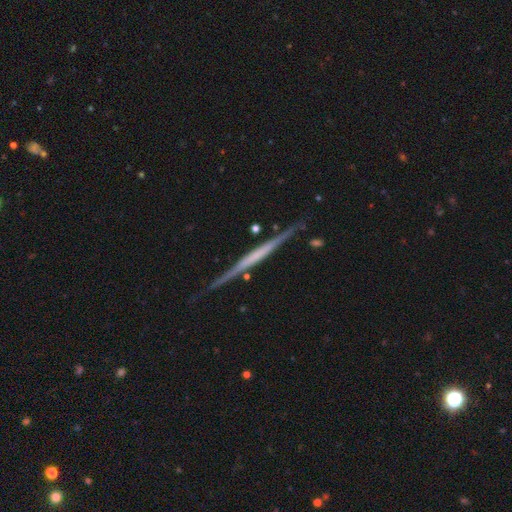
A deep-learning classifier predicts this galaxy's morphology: smooth_or_featured: featured or disk (p=0.72) [alt: smooth p=0.22]
disk_edge_on: yes (p=0.98) [alt: no p=0.02]
edge_on_bulge: none (p=0.74) [alt: rounded p=0.14]
merging: none (p=0.86) [alt: minor disturbance p=0.10]